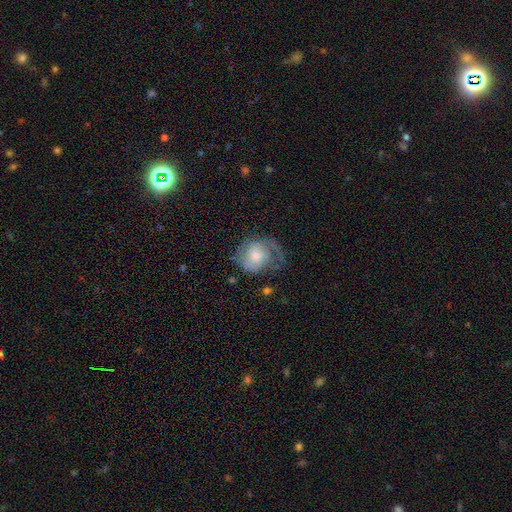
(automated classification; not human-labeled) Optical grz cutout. It shows a featured or disk galaxy (60%) with no bar (73%), spiral arms (84%) and a moderate central bulge (47%). Merging: none (45%).